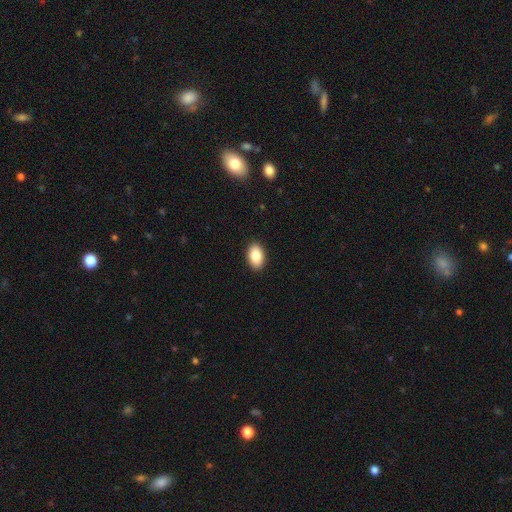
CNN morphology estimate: This is clearly a smooth galaxy (87%). How rounded: clearly in between (91%). Merging: clearly none (91%).